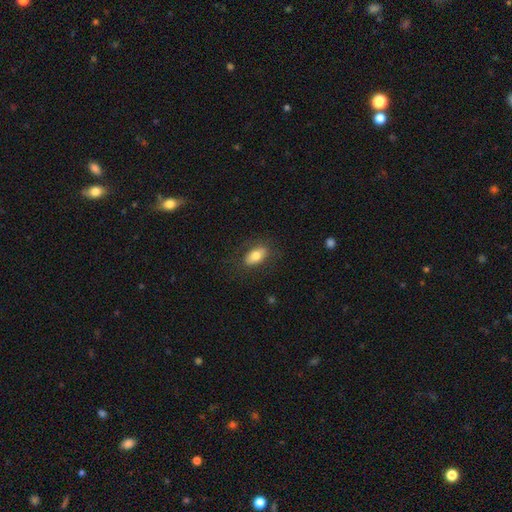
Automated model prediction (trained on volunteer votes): smooth-or-featured: smooth: 74% | featured or disk: 19% | star or artifact: 7%
  how-rounded: in between: 88% | cigar-shaped: 7% | round: 5%
  merging: none: 79% | minor disturbance: 14% | major disturbance: 6% | merger: 1%